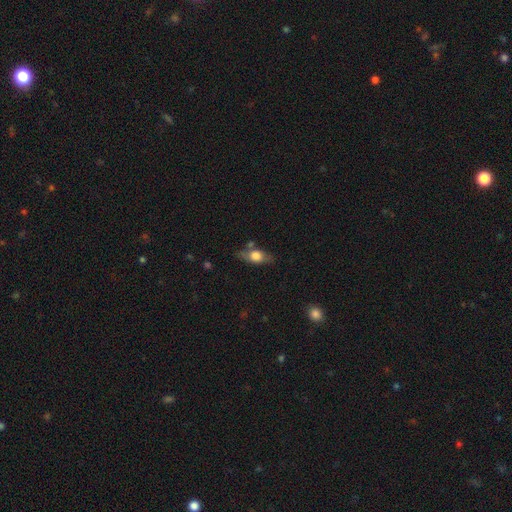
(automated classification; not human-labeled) smooth-or-featured: smooth: 60% | featured or disk: 33% | star or artifact: 7%
  how-rounded: in between: 73% | cigar-shaped: 17% | round: 10%
  merging: none: 67% | minor disturbance: 21% | merger: 6% | major disturbance: 6%